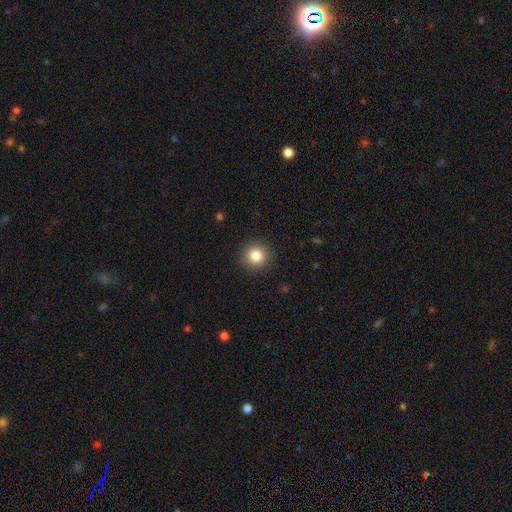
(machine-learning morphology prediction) Smooth or featured? smooth (84%)
How rounded? round (93%)
Merging? none (91%)